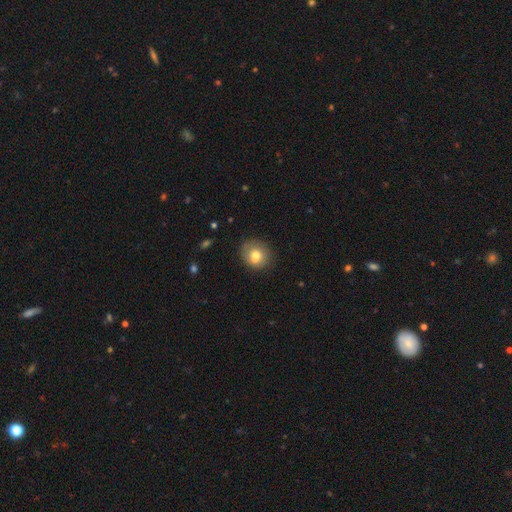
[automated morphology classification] smooth 73%, featured or disk 18%, star or artifact 9%. Down the decision tree: how rounded — round (77%); merging — none (64%).